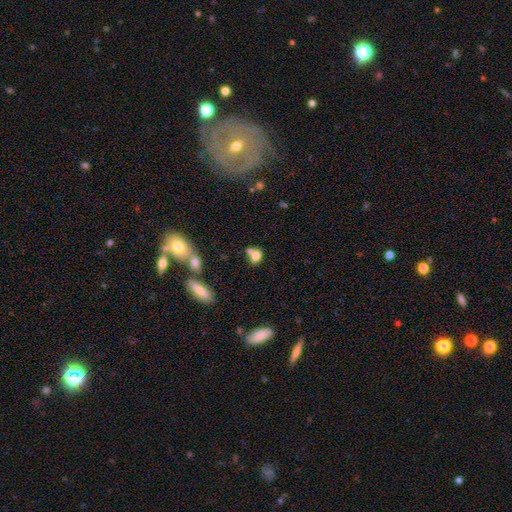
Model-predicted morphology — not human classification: Smooth or featured?
  - smooth: 74% *
  - featured or disk: 14%
  - star or artifact: 11%
How rounded?
  - in between: 52% *
  - round: 46%
  - cigar-shaped: 2%
Merging?
  - merger: 47% *
  - none: 38%
  - minor disturbance: 11%
  - major disturbance: 5%